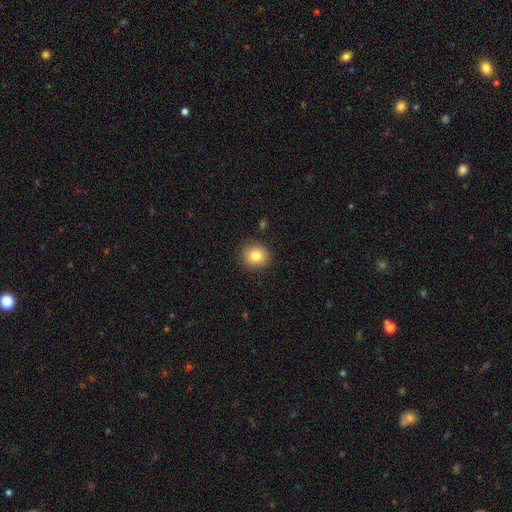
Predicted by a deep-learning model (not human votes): smooth_or_featured: smooth (p=0.83) [alt: star or artifact p=0.09]
how_rounded: round (p=0.86) [alt: in between p=0.13]
merging: none (p=0.88) [alt: minor disturbance p=0.08]